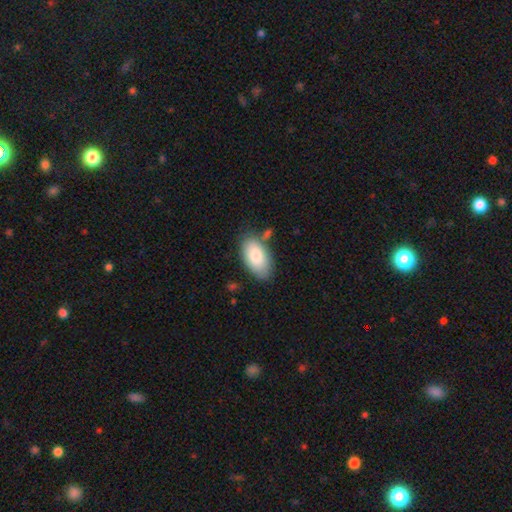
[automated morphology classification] This appears to be a smooth galaxy with no disk features (82%) that is in between round and cigar-shaped (95%). Merging: none (74%).